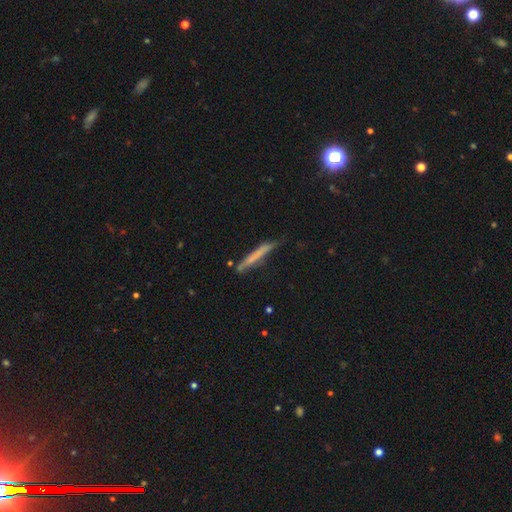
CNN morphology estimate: Q: Smooth or featured?
A: smooth (58%); runner-up: featured or disk (35%)
Q: How rounded?
A: cigar-shaped (96%); runner-up: in between (3%)
Q: Merging?
A: none (66%); runner-up: minor disturbance (25%)